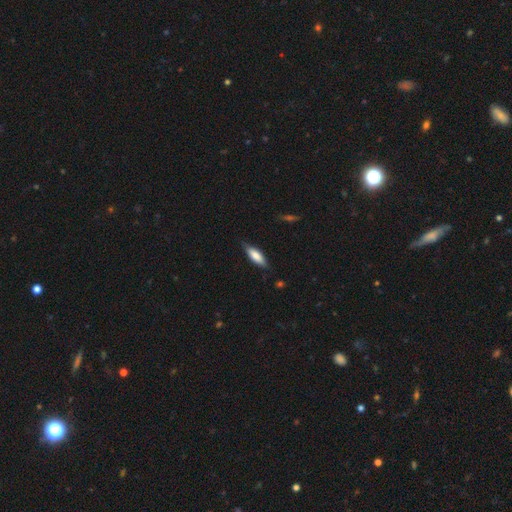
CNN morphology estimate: Smooth or featured? Predicted: smooth (p=0.74). How rounded? Predicted: in between (p=0.54). Merging? Predicted: none (p=0.78).